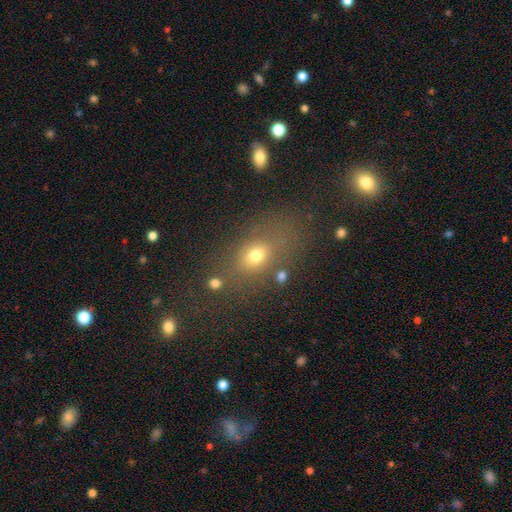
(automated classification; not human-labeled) smooth 68%, star or artifact 19%, featured or disk 13%. Down the decision tree: how rounded — in between (69%); merging — none (66%).